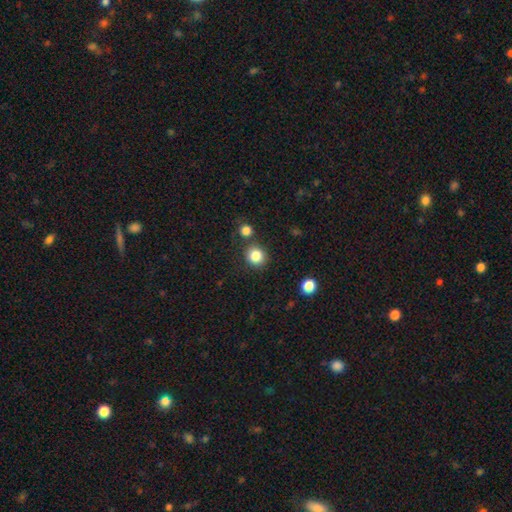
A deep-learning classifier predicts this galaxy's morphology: Overall: smooth (84%). How rounded: round (87%). Merging: none (80%).